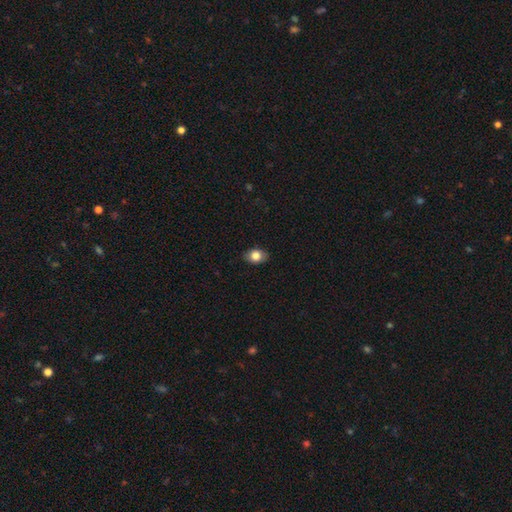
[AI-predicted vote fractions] Smooth or featured? Predicted: smooth (p=0.81). How rounded? Predicted: in between (p=0.73). Merging? Predicted: none (p=0.86).